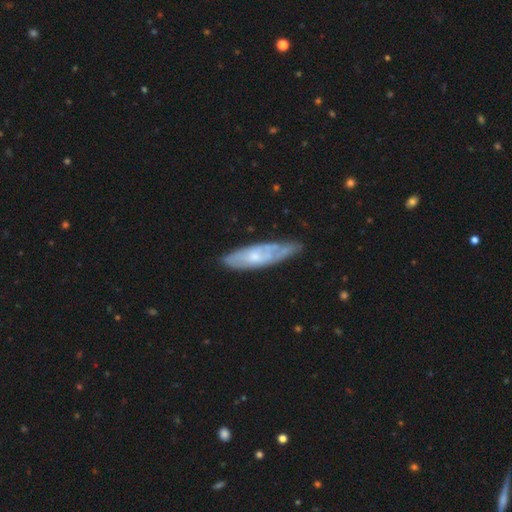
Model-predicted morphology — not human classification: Smooth or featured?
  - featured or disk: 57% *
  - smooth: 37%
  - star or artifact: 6%
Edge-on disk?
  - no: 70% *
  - yes: 30%
Merging?
  - none: 59% *
  - minor disturbance: 30%
  - major disturbance: 8%
  - merger: 3%